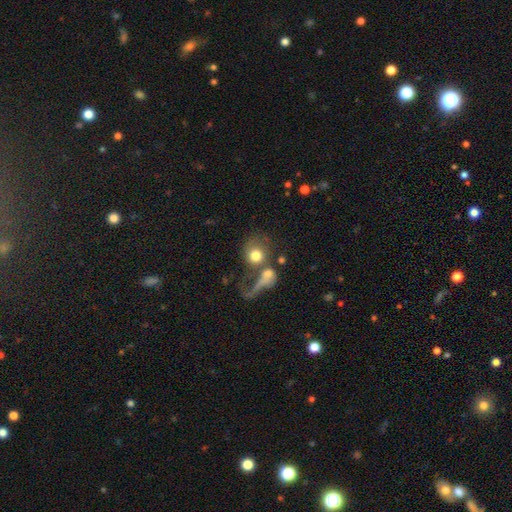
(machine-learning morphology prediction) A smooth galaxy with no disk features (66%) that is round (72%).

Vote fractions:
- Smooth or featured? smooth: 66% / featured or disk: 24% / star or artifact: 10%
- How rounded? round: 72% / in between: 26% / cigar-shaped: 2%
- Merging? merger: 47% / major disturbance: 27% / none: 18% / minor disturbance: 8%